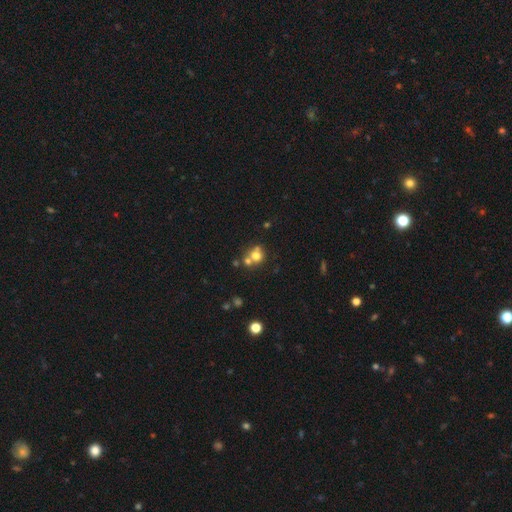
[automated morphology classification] Smooth or featured: smooth — 69% (featured or disk — 16%)
How rounded: round — 82% (in between — 17%)
Merging: none — 45% (merger — 42%)